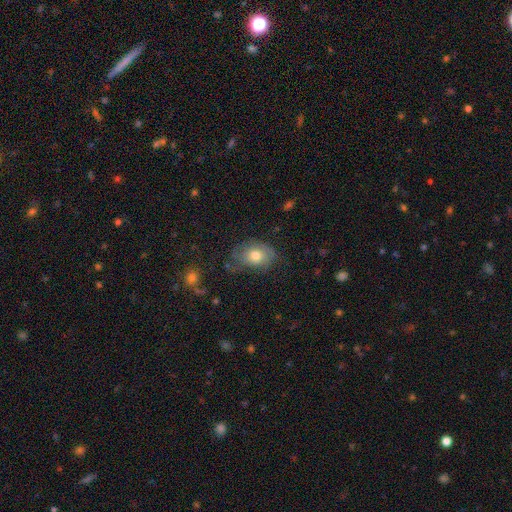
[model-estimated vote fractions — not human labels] A smooth galaxy with no disk features (55%) that is in between round and cigar-shaped (71%).

Vote fractions:
- Smooth or featured? smooth: 55% / featured or disk: 36% / star or artifact: 9%
- How rounded? in between: 71% / round: 28% / cigar-shaped: 1%
- Merging? none: 52% / minor disturbance: 29% / major disturbance: 16% / merger: 2%